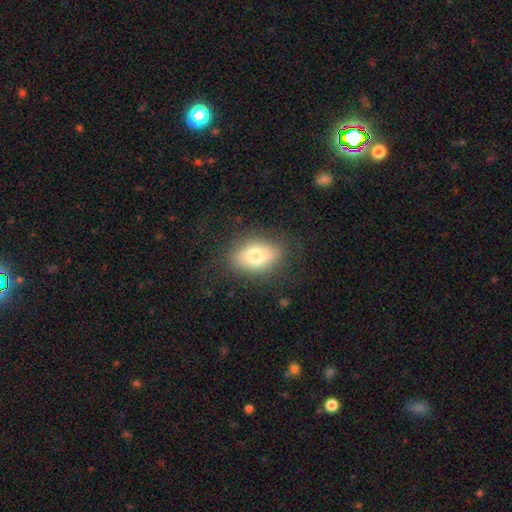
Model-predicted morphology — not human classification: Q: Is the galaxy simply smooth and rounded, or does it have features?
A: smooth — 73%.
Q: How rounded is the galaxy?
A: in between — 82%.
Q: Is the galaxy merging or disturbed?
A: none — 79%.